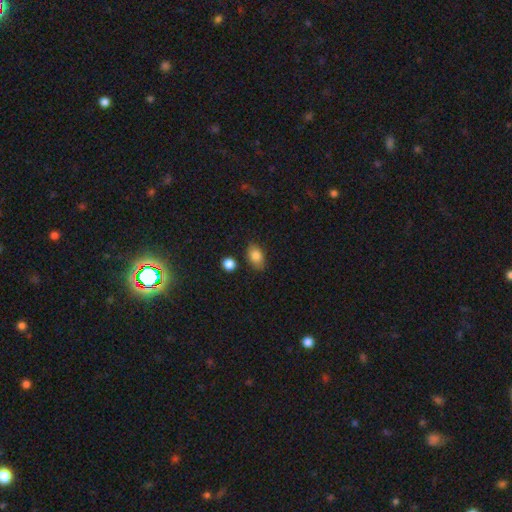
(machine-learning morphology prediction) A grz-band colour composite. It shows a smooth galaxy with no disk features (84%) that is in between round and cigar-shaped (83%). Merging: none (78%).